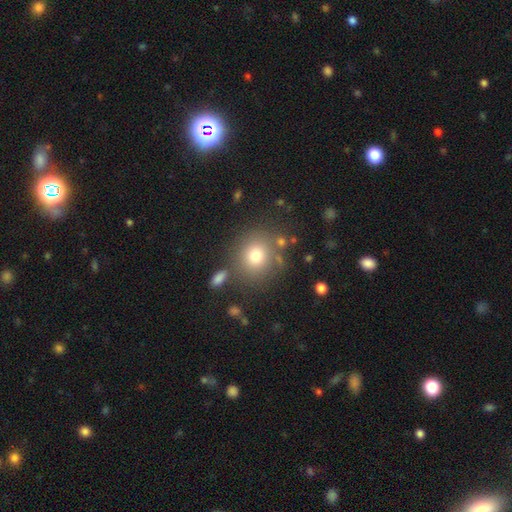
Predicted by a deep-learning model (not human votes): The model was most divided on "smooth or featured": smooth: 75%, star or artifact: 13%, featured or disk: 11%. More confident: how rounded — round (84%); merging — none (77%).